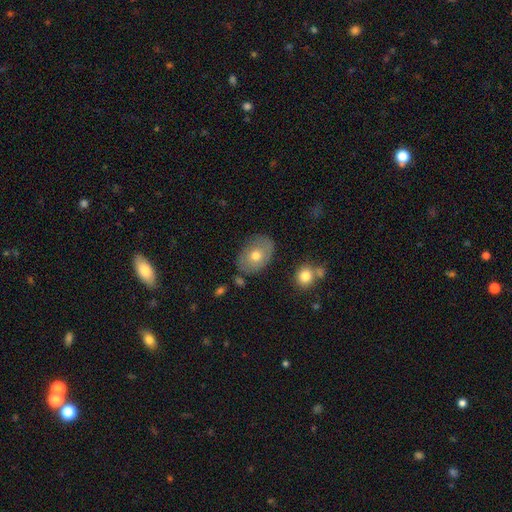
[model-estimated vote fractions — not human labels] A smooth galaxy with no disk features (64%) that is in between round and cigar-shaped (79%).

Vote fractions:
- Smooth or featured? smooth: 64% / featured or disk: 28% / star or artifact: 8%
- How rounded? in between: 79% / round: 20% / cigar-shaped: 1%
- Merging? none: 77% / minor disturbance: 15% / merger: 4% / major disturbance: 4%